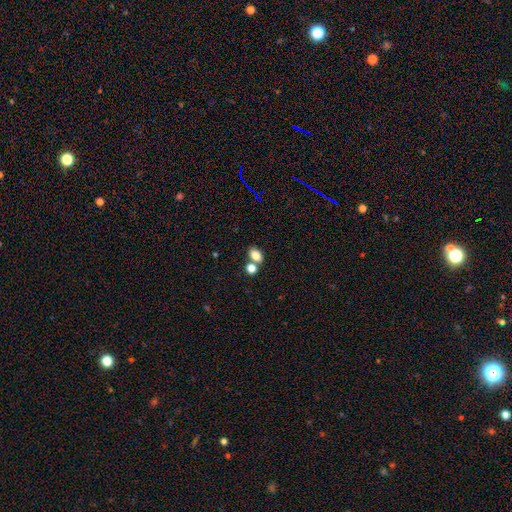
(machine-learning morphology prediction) Smooth or featured? Predicted: smooth (p=0.81). How rounded? Predicted: in between (p=0.73). Merging? Predicted: none (p=0.56).